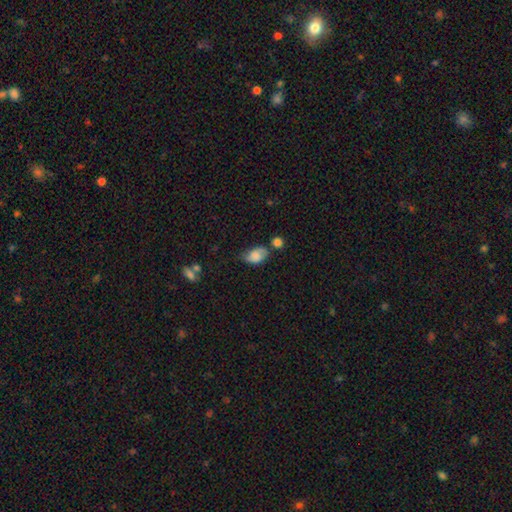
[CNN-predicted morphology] Smooth or featured?
  - smooth: 69% *
  - featured or disk: 23%
  - star or artifact: 9%
How rounded?
  - in between: 87% *
  - round: 11%
  - cigar-shaped: 2%
Merging?
  - none: 45% *
  - minor disturbance: 32%
  - merger: 14%
  - major disturbance: 10%